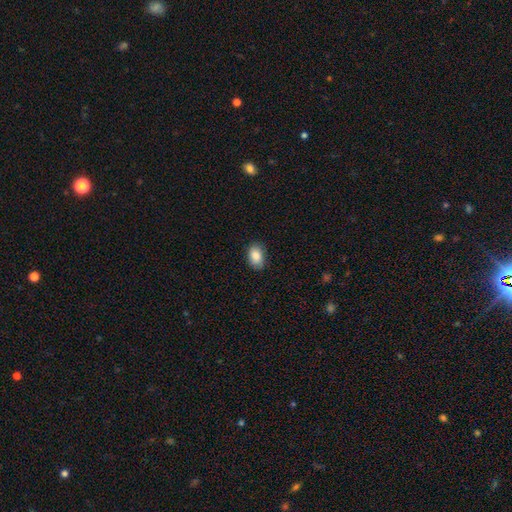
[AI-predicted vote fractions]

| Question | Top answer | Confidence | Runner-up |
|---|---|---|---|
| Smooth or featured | smooth | 86% | star or artifact (7%) |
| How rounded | in between | 86% | round (13%) |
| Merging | none | 81% | minor disturbance (16%) |